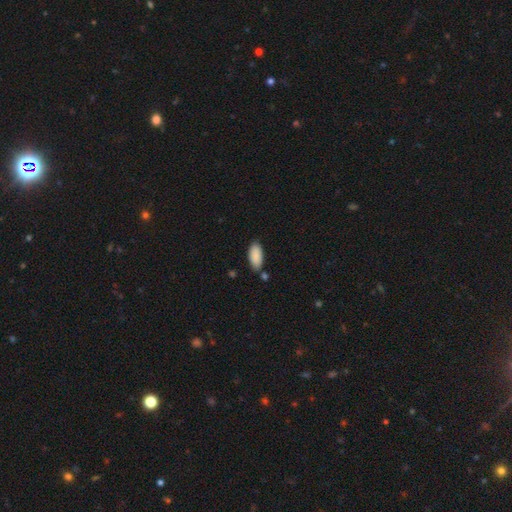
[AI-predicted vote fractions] Overall: smooth (90%). How rounded: in between (91%). Merging: none (78%).